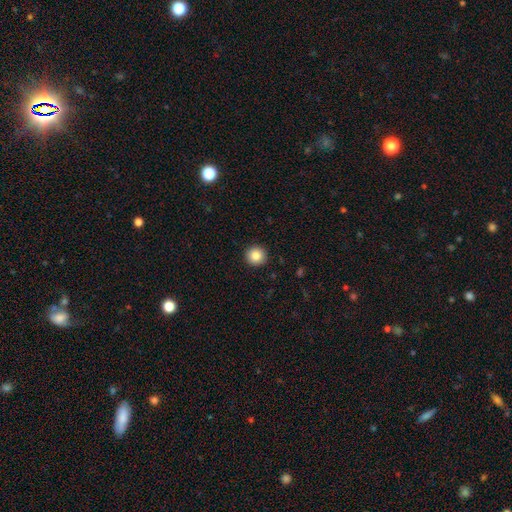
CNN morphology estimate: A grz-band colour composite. It shows a smooth galaxy with no disk features (85%) that is round (95%). Merging: none (93%).